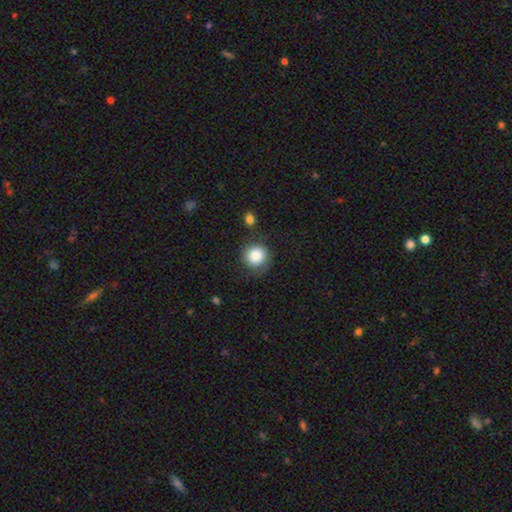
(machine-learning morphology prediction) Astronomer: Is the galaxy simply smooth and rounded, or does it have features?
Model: smooth — 84%.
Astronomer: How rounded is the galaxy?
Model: round — 90%.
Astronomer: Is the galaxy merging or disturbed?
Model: none — 74%.